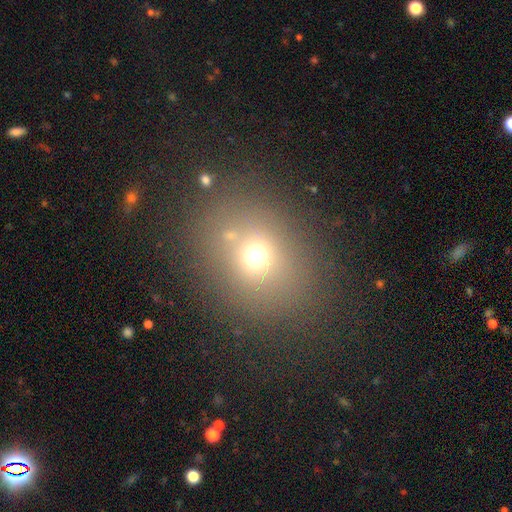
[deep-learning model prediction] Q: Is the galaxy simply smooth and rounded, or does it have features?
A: smooth — 66%.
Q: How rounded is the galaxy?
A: round — 60%.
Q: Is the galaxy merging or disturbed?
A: none — 75%.